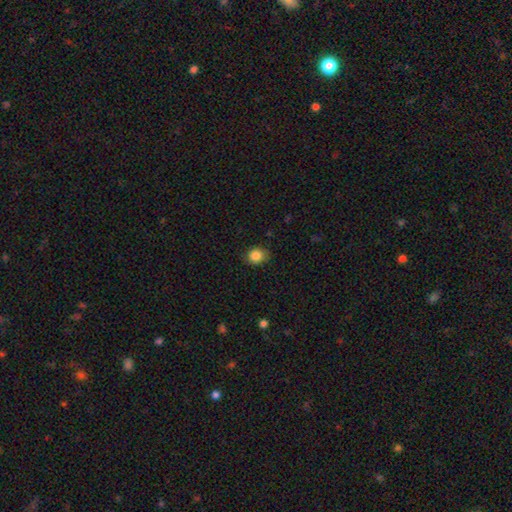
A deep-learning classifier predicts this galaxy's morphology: This is clearly a smooth galaxy (86%). How rounded: likely round (70%). Merging: clearly none (83%).